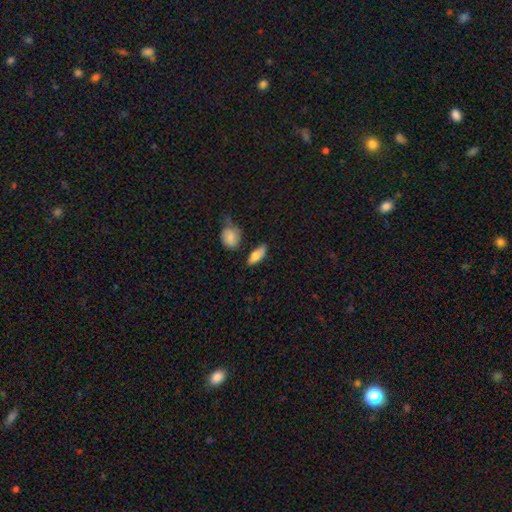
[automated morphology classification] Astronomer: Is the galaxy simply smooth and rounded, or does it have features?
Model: smooth — 76%.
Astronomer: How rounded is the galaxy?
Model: in between — 72%.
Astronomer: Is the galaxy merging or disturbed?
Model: none — 72%.